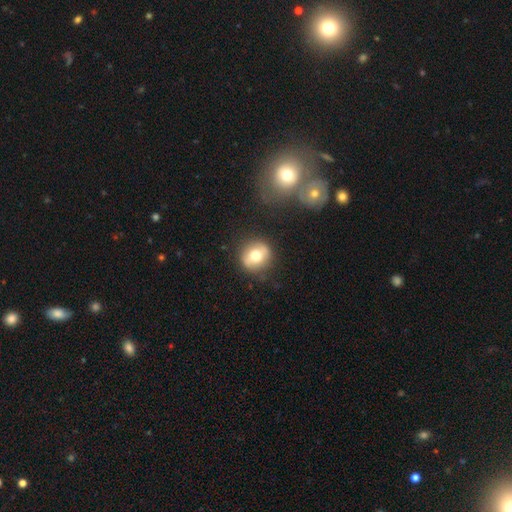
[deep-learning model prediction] smooth_or_featured: smooth (p=0.63) [alt: featured or disk p=0.29]
how_rounded: round (p=0.87) [alt: in between p=0.12]
merging: none (p=0.83) [alt: minor disturbance p=0.11]